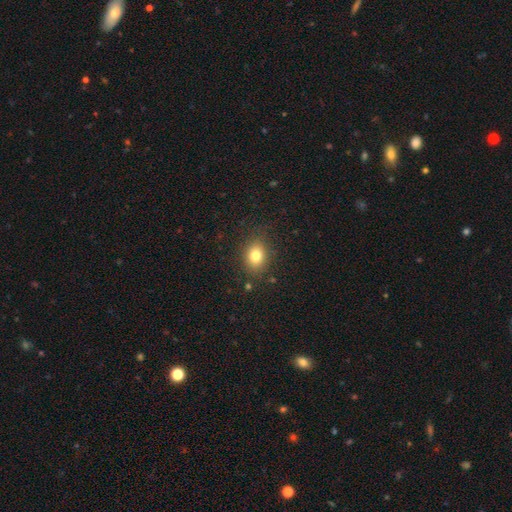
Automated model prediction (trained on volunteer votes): Q: Smooth or featured?
A: smooth (79%); runner-up: star or artifact (12%)
Q: How rounded?
A: in between (60%); runner-up: round (39%)
Q: Merging?
A: none (83%); runner-up: minor disturbance (12%)